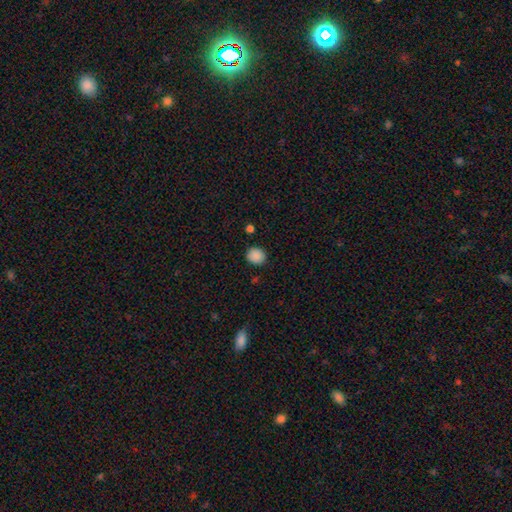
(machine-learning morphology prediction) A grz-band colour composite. It shows a smooth galaxy with no disk features (88%) that is round (72%). Merging: none (87%).